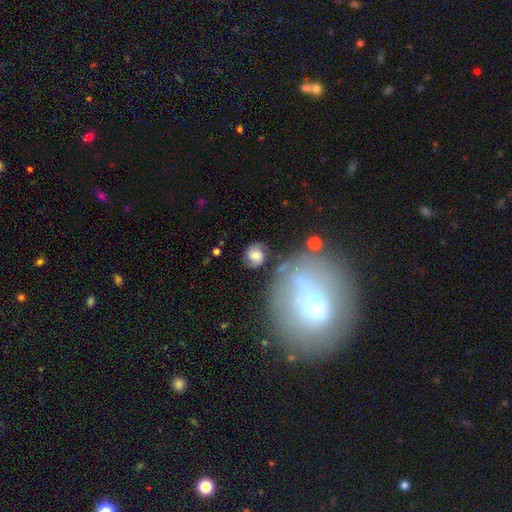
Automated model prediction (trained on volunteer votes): Overall: smooth (51%; featured or disk 39%). How rounded: round (72%). Merging: none (70%).